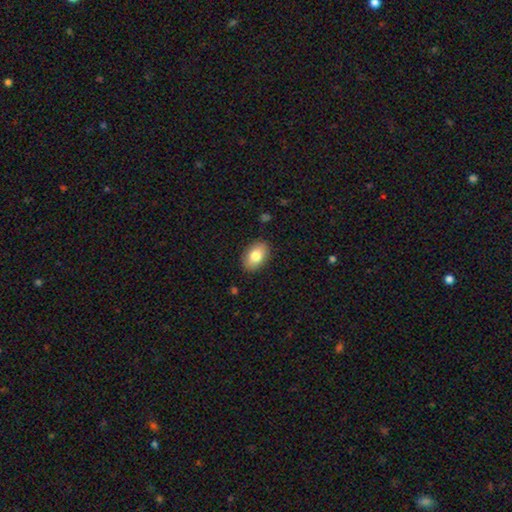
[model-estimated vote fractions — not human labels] Smooth or featured? smooth (80%)
How rounded? in between (89%)
Merging? none (88%)